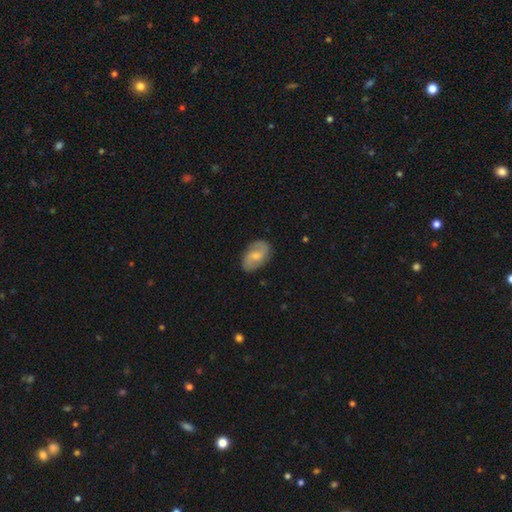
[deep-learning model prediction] featured or disk 60%, smooth 34%, star or artifact 6%. Down the decision tree: edge-on disk — no (97%); bar — no (49%); spiral arms — yes (89%); spiral arm count — 2 (88%); spiral winding — medium (42%); bulge size — moderate (47%); merging — none (82%).